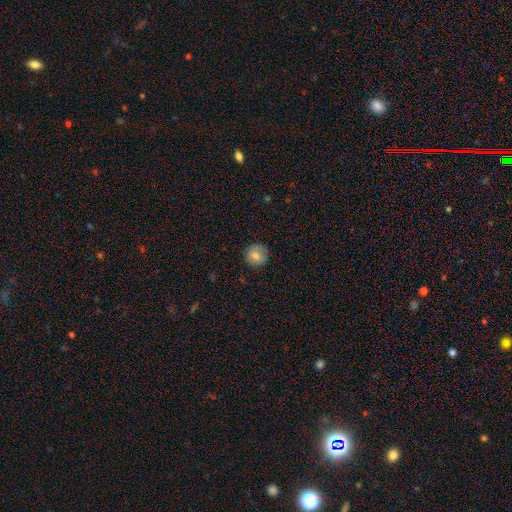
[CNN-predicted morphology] Smooth or featured: smooth — 72% (featured or disk — 19%)
How rounded: round — 91% (in between — 8%)
Merging: none — 86% (minor disturbance — 10%)